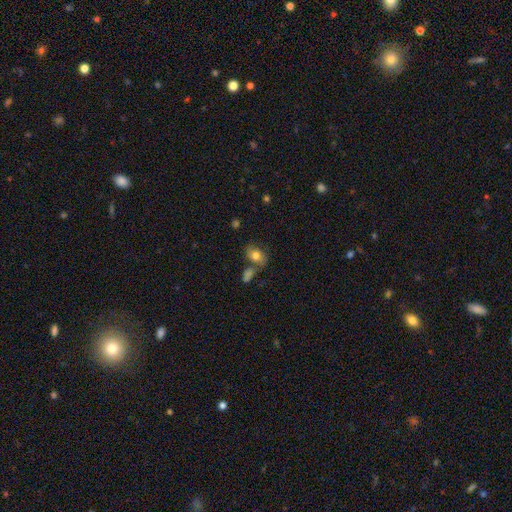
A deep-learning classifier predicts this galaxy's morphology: Smooth or featured? smooth (77%)
How rounded? in between (73%)
Merging? none (59%)